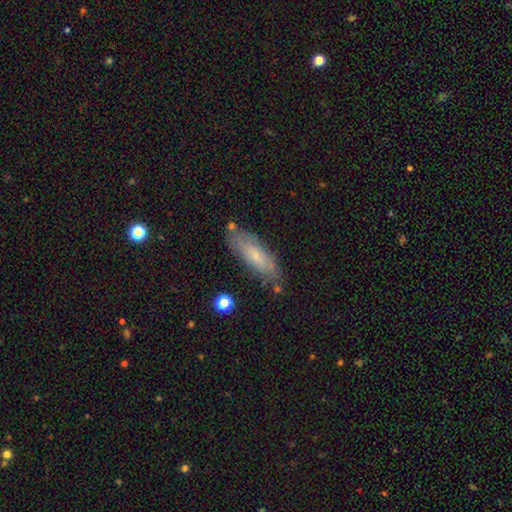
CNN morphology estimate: A smooth galaxy with no disk features (63%) that is in between round and cigar-shaped (50%).

Vote fractions:
- Smooth or featured? smooth: 63% / featured or disk: 30% / star or artifact: 7%
- How rounded? in between: 50% / cigar-shaped: 48% / round: 2%
- Merging? none: 76% / minor disturbance: 16% / major disturbance: 4% / merger: 4%